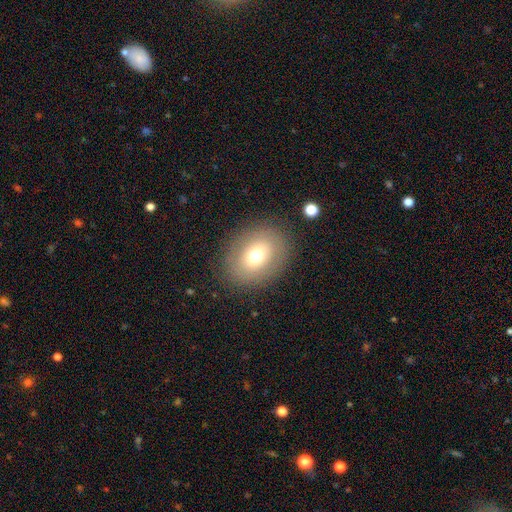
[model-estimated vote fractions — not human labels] Smooth or featured: smooth — 67% (featured or disk — 21%)
How rounded: in between — 54% (round — 45%)
Merging: none — 85% (minor disturbance — 9%)